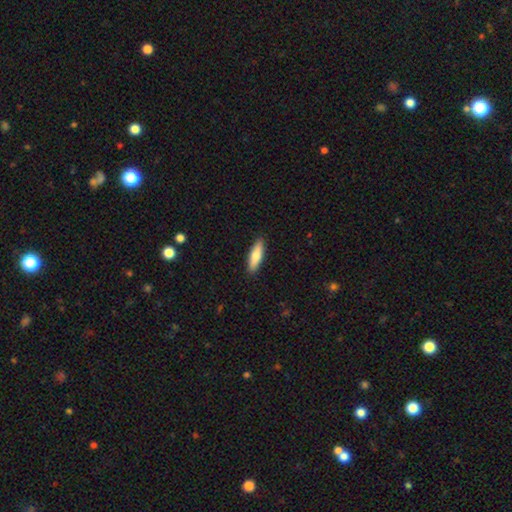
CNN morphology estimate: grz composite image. It shows a smooth galaxy with no disk features (75%) that is cigar-shaped (59%). Merging: none (90%).